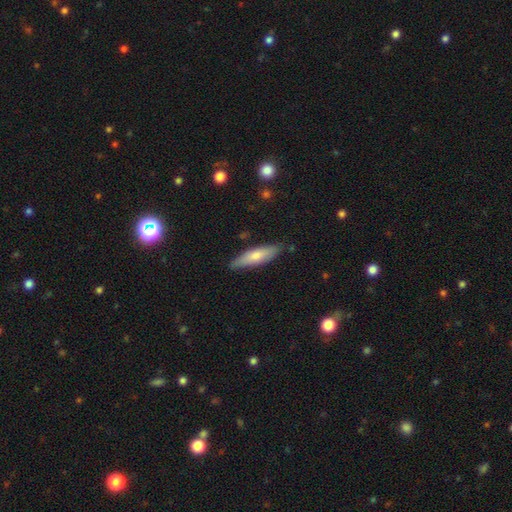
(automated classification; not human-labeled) Morphology: type=smooth (63%); roundness=cigar-shaped (69%); merging=none (84%).